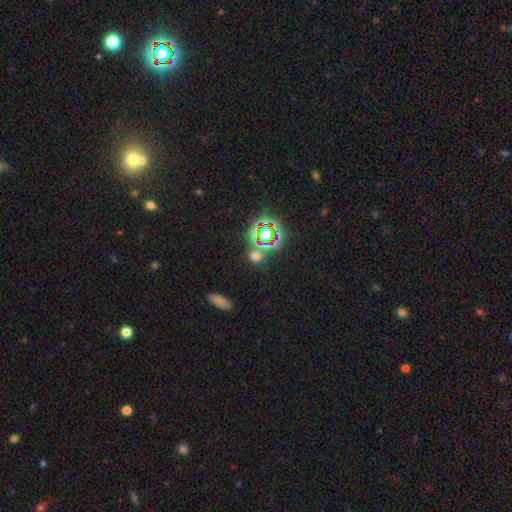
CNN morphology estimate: Smooth or featured: star or artifact — 48% (smooth — 44%)